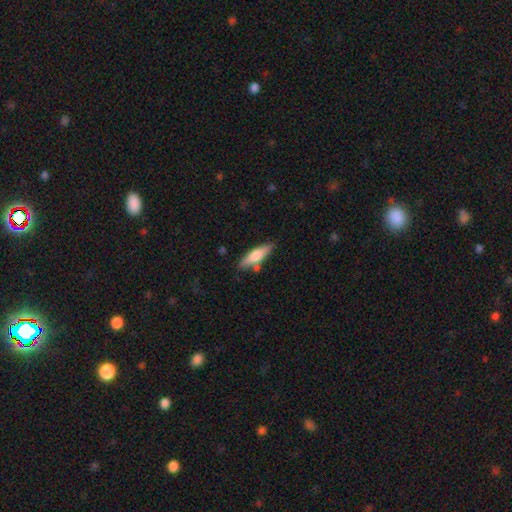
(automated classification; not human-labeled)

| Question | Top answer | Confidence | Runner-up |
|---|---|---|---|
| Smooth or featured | smooth | 61% | featured or disk (33%) |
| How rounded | cigar-shaped | 61% | in between (37%) |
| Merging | none | 75% | minor disturbance (15%) |